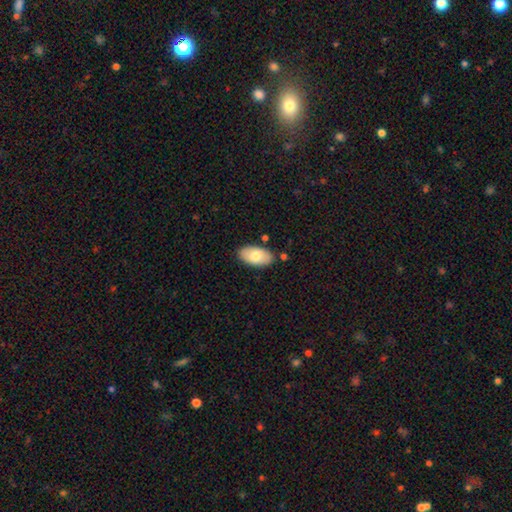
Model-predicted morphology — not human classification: A smooth galaxy with no disk features (75%) that is in between round and cigar-shaped (95%). Merging: none (84%).